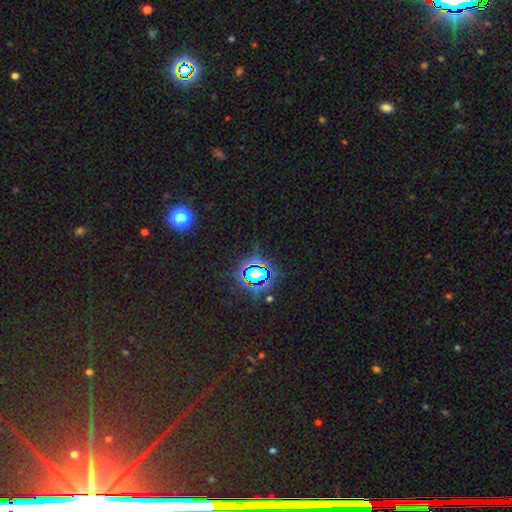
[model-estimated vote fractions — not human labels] A star or artifact, not a galaxy (80%).

Vote fractions:
- Smooth or featured? star or artifact: 80% / smooth: 12% / featured or disk: 7%